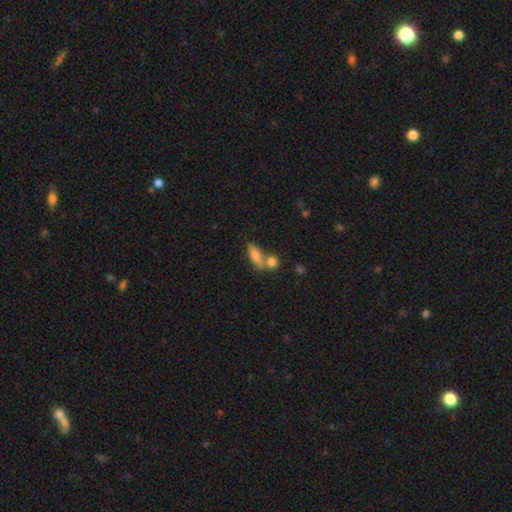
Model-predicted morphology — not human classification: Smooth or featured? smooth (71%)
How rounded? in between (50%)
Merging? none (54%)